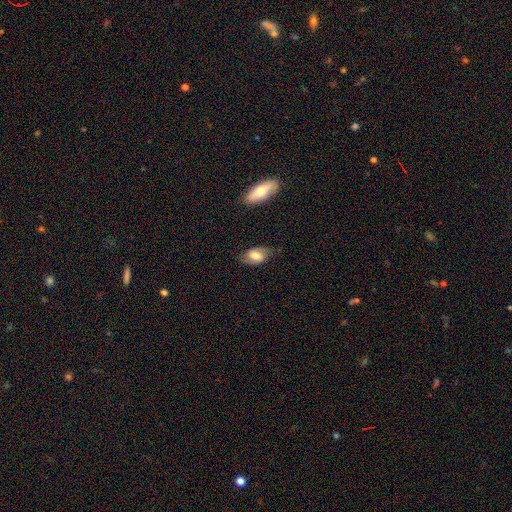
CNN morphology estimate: This is likely a smooth galaxy (61%). How rounded: clearly in between (88%). Merging: likely none (73%).